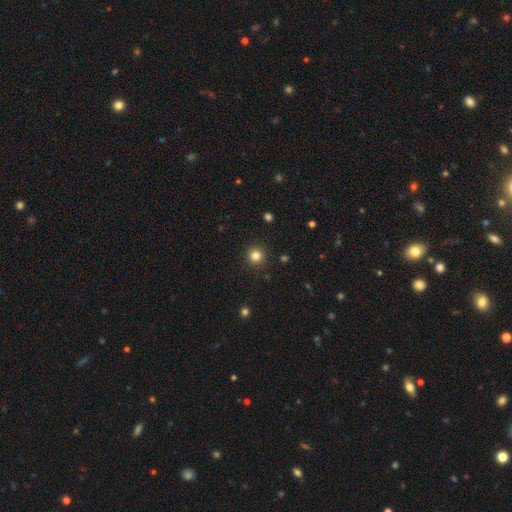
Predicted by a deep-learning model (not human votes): smooth 82%, star or artifact 13%, featured or disk 5%. Down the decision tree: how rounded — round (94%); merging — none (92%).